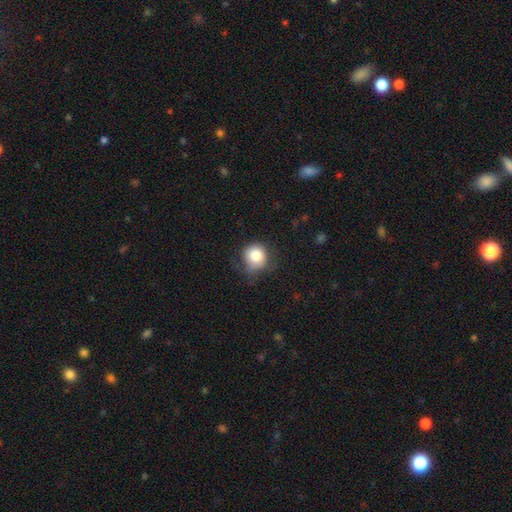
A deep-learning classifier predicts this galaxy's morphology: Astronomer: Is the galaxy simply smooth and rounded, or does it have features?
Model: smooth — 82%.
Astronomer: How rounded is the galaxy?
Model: round — 87%.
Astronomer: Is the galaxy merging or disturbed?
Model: none — 56%.